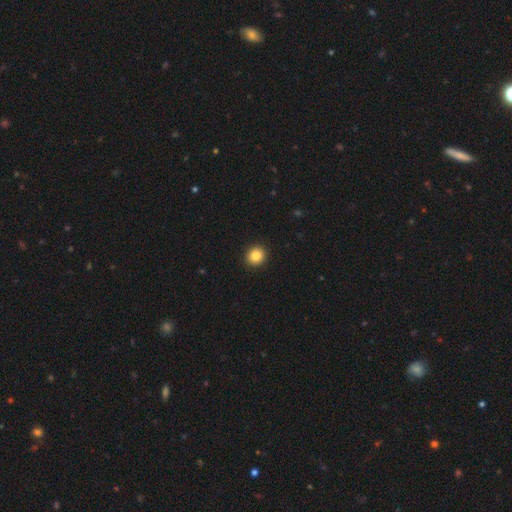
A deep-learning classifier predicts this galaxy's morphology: smooth-or-featured: smooth: 86% | star or artifact: 10% | featured or disk: 4%
  how-rounded: round: 89% | in between: 10% | cigar-shaped: 1%
  merging: none: 93% | minor disturbance: 5% | major disturbance: 2% | merger: 1%